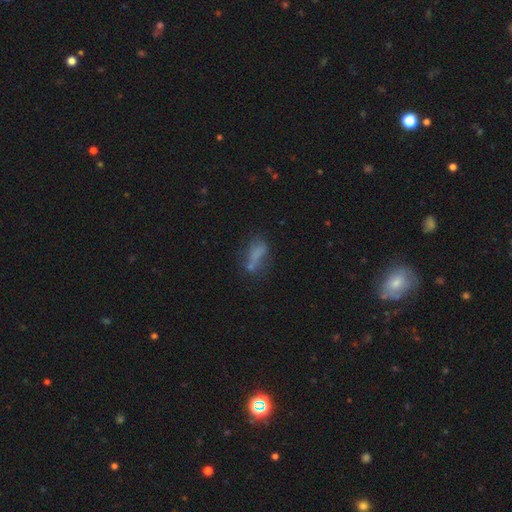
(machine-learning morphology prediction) Smooth or featured: smooth — 60% (featured or disk — 24%)
How rounded: in between — 64% (cigar-shaped — 30%)
Merging: none — 44% (minor disturbance — 23%)